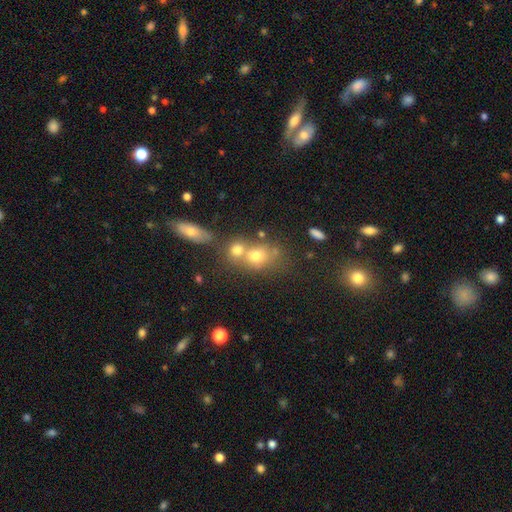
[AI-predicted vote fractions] Smooth or featured?
  - smooth: 65% *
  - featured or disk: 19%
  - star or artifact: 16%
How rounded?
  - round: 60% *
  - in between: 38%
  - cigar-shaped: 2%
Merging?
  - merger: 52% *
  - none: 33%
  - minor disturbance: 10%
  - major disturbance: 5%